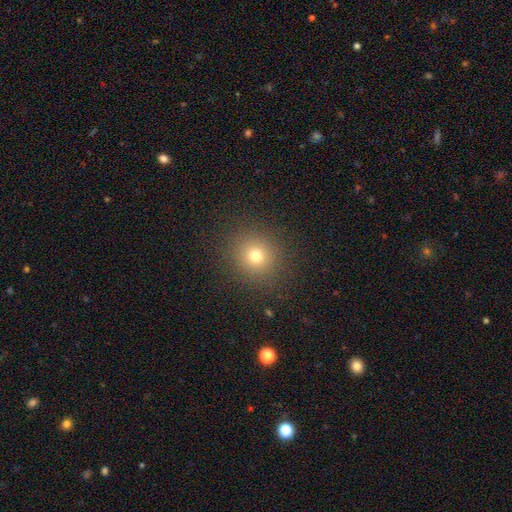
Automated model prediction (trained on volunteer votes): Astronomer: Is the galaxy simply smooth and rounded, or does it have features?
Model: smooth — 73%.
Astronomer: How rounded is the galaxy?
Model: round — 91%.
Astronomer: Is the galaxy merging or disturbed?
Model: none — 89%.